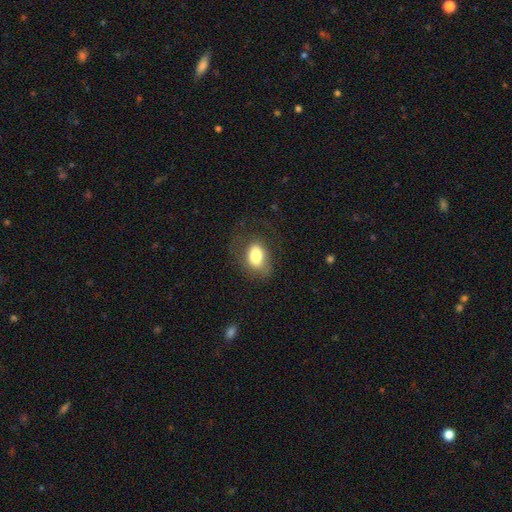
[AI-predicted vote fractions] A smooth galaxy with no disk features (78%) that is in between round and cigar-shaped (84%).

Vote fractions:
- Smooth or featured? smooth: 78% / featured or disk: 14% / star or artifact: 8%
- How rounded? in between: 84% / round: 15% / cigar-shaped: 2%
- Merging? none: 61% / minor disturbance: 22% / major disturbance: 16% / merger: 1%